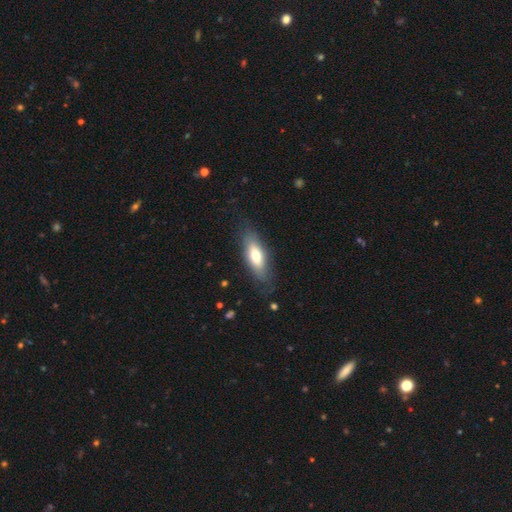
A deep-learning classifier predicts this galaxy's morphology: A smooth galaxy with no disk features (68%) that is in between round and cigar-shaped (67%).

Vote fractions:
- Smooth or featured? smooth: 68% / featured or disk: 26% / star or artifact: 6%
- How rounded? in between: 67% / cigar-shaped: 30% / round: 2%
- Merging? none: 75% / minor disturbance: 17% / major disturbance: 6% / merger: 1%